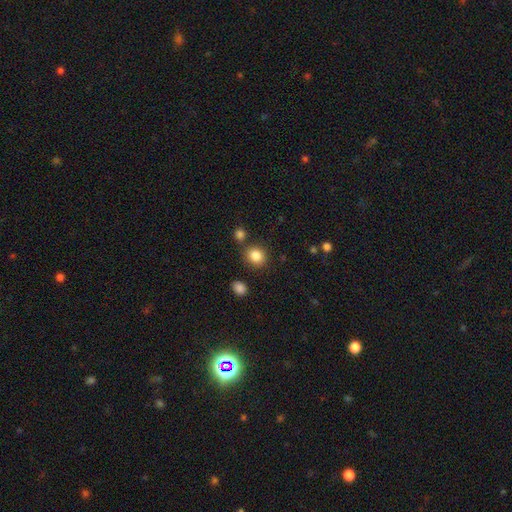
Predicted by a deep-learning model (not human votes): This appears to be a smooth galaxy with no disk features (85%) that is round (73%). Merging: none (78%).